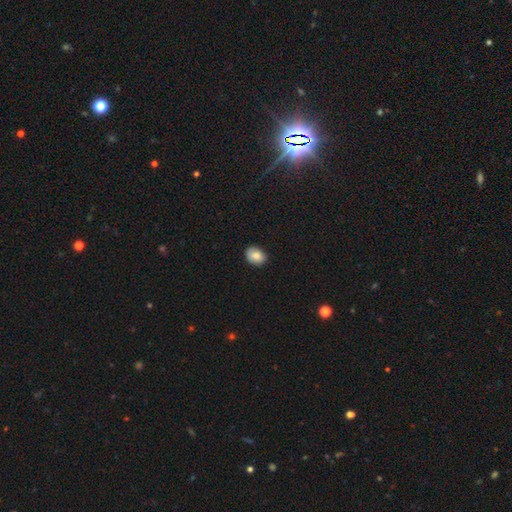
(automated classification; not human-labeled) Q: Smooth or featured?
A: smooth (86%); runner-up: star or artifact (8%)
Q: How rounded?
A: in between (59%); runner-up: round (40%)
Q: Merging?
A: none (84%); runner-up: minor disturbance (13%)